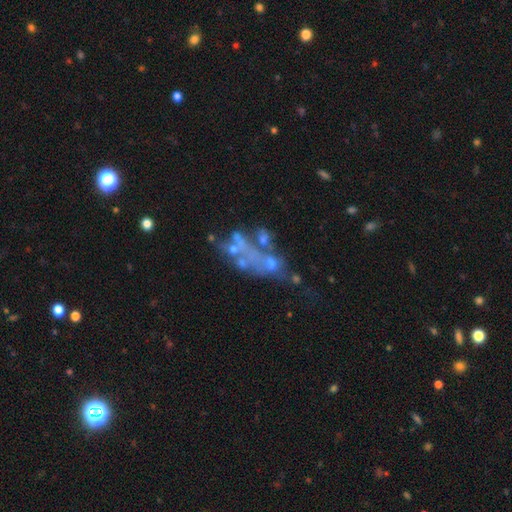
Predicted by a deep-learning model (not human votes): This is possibly a featured or disk galaxy (57%). It is clearly not viewed edge-on (94%). Bar: clearly no (93%). Spiral arm pattern: clearly no (93%). Central bulge: likely none (78%). Merging: marginally none (37%).